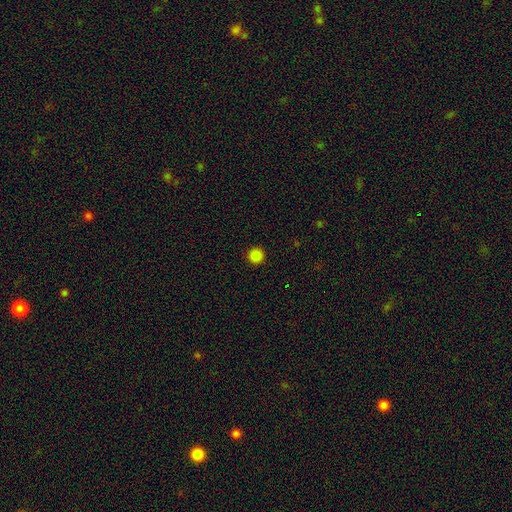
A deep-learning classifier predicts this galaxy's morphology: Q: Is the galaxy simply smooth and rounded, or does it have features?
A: smooth — 86%.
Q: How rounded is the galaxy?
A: round — 96%.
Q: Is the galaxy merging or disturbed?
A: none — 93%.